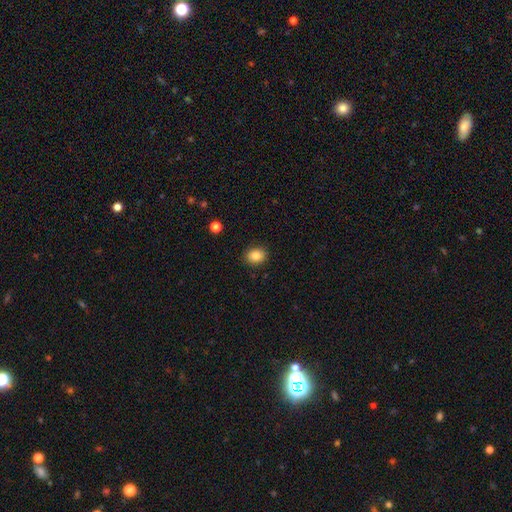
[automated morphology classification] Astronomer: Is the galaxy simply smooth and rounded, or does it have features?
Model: smooth — 84%.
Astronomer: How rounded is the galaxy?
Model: round — 53% (runner-up: in between, 46%).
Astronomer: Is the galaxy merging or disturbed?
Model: none — 89%.